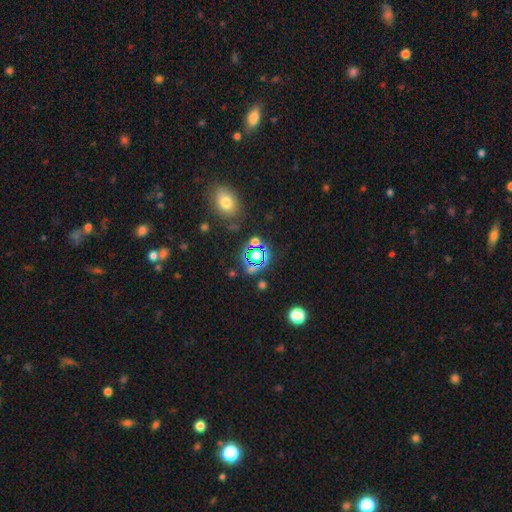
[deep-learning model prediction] A star or artifact, not a galaxy (56%).

Vote fractions:
- Smooth or featured? star or artifact: 56% / smooth: 34% / featured or disk: 10%